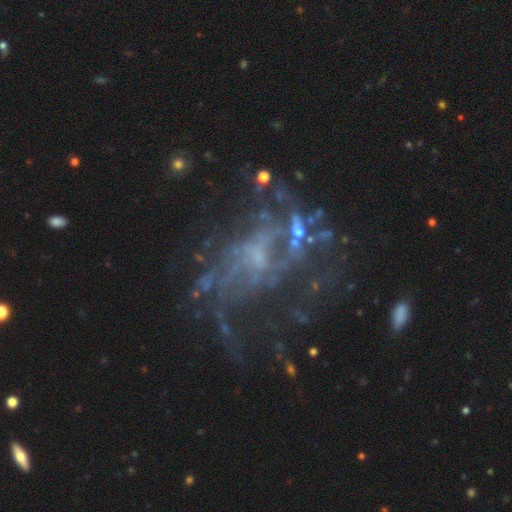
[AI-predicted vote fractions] Q: Smooth or featured?
A: featured or disk (77%); runner-up: star or artifact (15%)
Q: Edge-on disk?
A: no (97%); runner-up: yes (3%)
Q: Bar?
A: no (54%); runner-up: weak (36%)
Q: Spiral arms?
A: yes (66%); runner-up: no (34%)
Q: Bulge size?
A: small (47%); runner-up: none (33%)
Q: Merging?
A: none (42%); runner-up: major disturbance (35%)